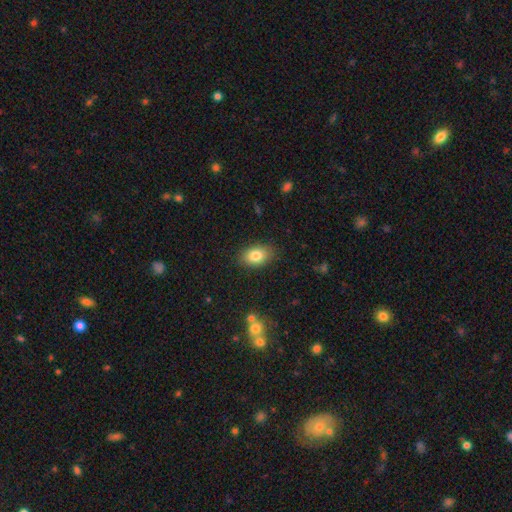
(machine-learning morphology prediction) smooth_or_featured: smooth (p=0.82) [alt: featured or disk p=0.10]
how_rounded: in between (p=0.85) [alt: round p=0.14]
merging: none (p=0.85) [alt: minor disturbance p=0.11]